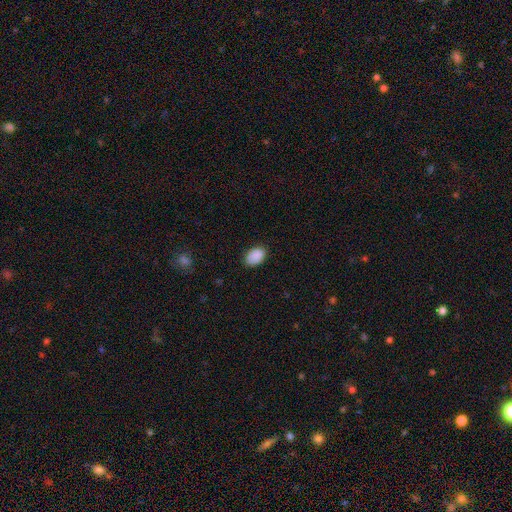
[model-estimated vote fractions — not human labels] A smooth galaxy with no disk features (89%) that is in between round and cigar-shaped (87%). Merging: none (83%).